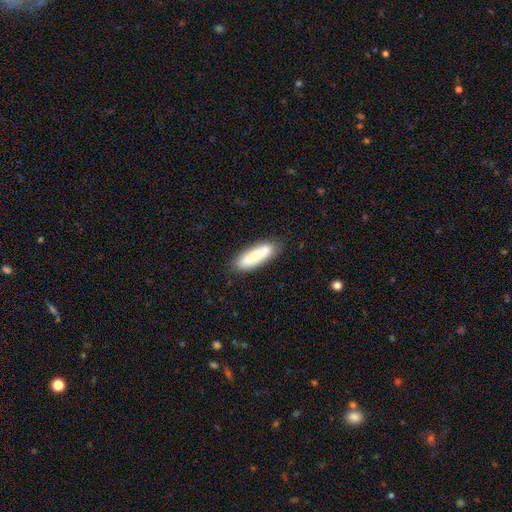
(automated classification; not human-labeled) Q: Smooth or featured?
A: smooth (73%); runner-up: featured or disk (20%)
Q: How rounded?
A: cigar-shaped (56%); runner-up: in between (42%)
Q: Merging?
A: none (76%); runner-up: minor disturbance (15%)